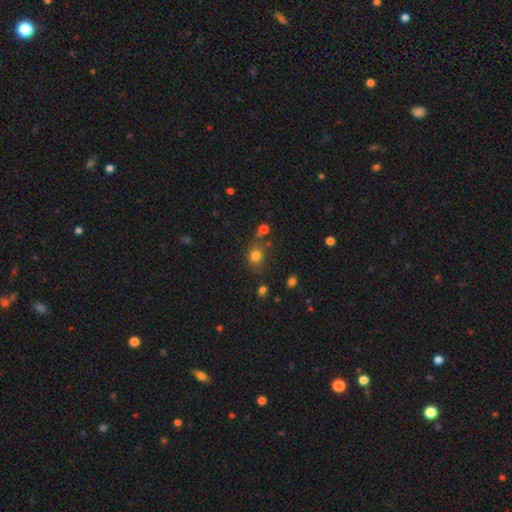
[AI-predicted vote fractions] Morphology: type=smooth (78%); roundness=round (64%); merging=none (67%).